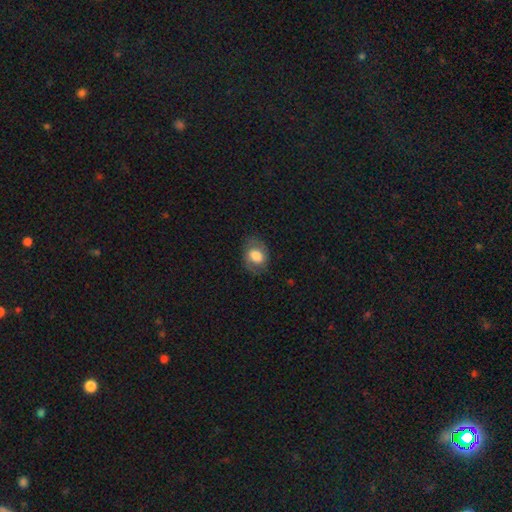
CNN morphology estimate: Smooth or featured? Predicted: smooth (p=0.65). How rounded? Predicted: in between (p=0.67). Merging? Predicted: none (p=0.75).